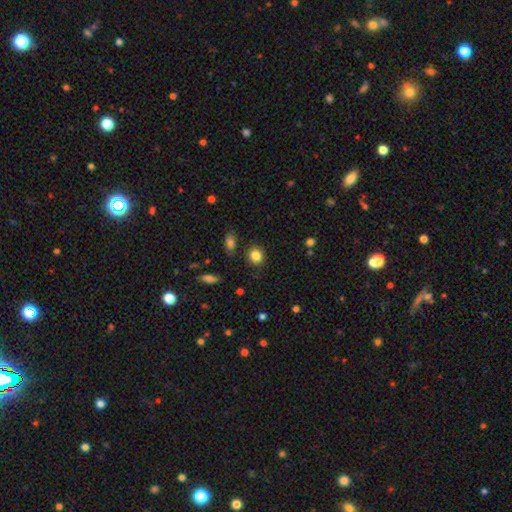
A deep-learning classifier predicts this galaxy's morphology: This appears to be a smooth galaxy with no disk features (85%) that is round (78%). Merging: none (86%).